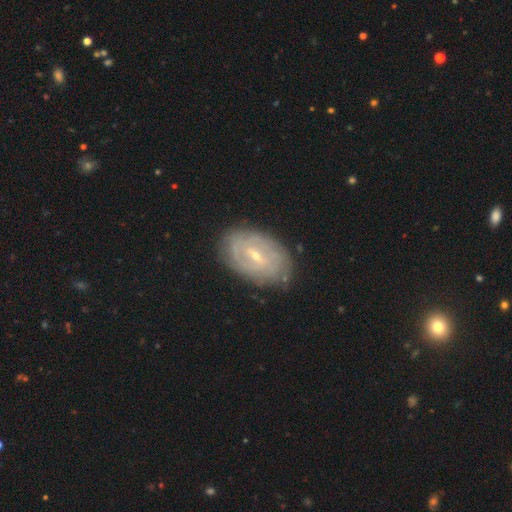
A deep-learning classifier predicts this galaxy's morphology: A featured or disk galaxy (77%) with a weak bar (53%), tight (70%) spiral arms (81%) and a small central bulge (69%). Merging: none (80%).